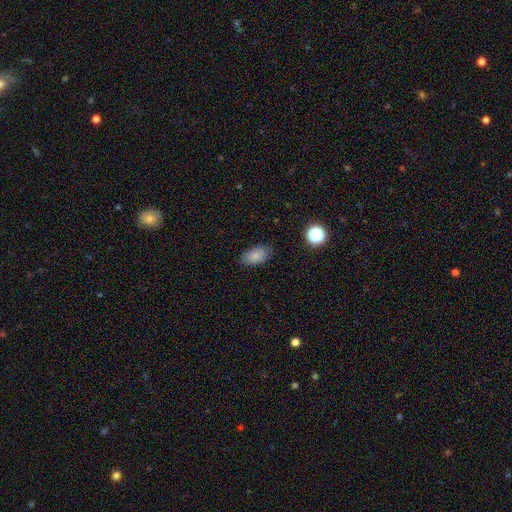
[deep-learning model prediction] This appears to be a smooth galaxy with no disk features (83%) that is in between round and cigar-shaped (91%). Merging: none (84%).